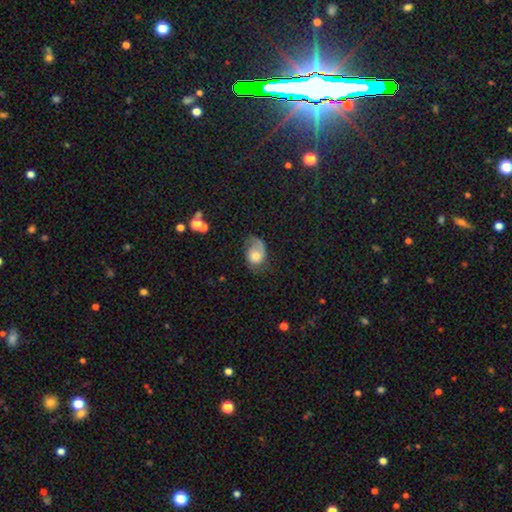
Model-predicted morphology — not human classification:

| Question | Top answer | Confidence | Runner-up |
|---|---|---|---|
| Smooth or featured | featured or disk | 47% | smooth (44%) |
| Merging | none | 39% | major disturbance (31%) |